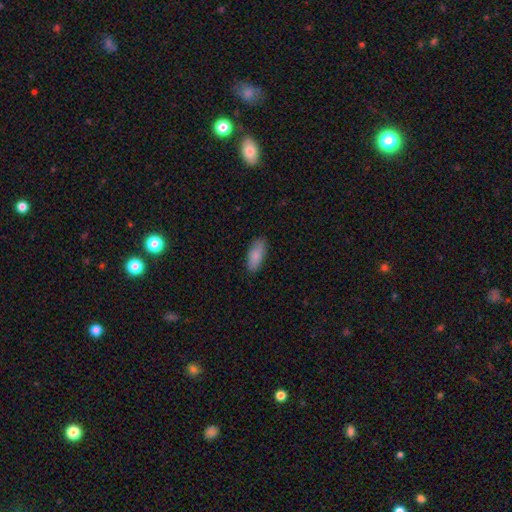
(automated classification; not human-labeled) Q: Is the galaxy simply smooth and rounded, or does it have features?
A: smooth — 86%.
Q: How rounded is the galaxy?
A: in between — 82%.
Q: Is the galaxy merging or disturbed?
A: none — 84%.